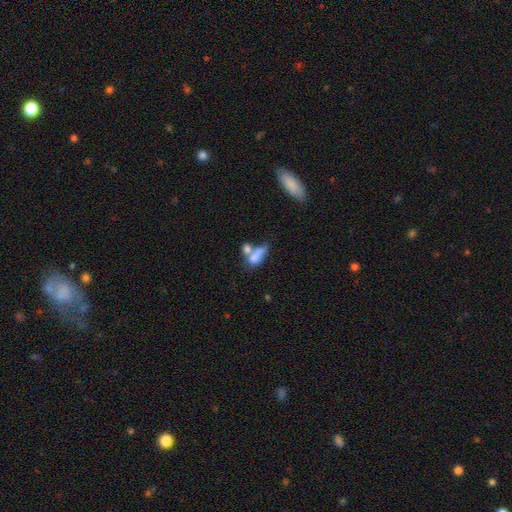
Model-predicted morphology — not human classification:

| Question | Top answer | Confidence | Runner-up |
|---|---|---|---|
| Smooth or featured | smooth | 71% | featured or disk (19%) |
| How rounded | in between | 73% | cigar-shaped (17%) |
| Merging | merger | 54% | none (23%) |